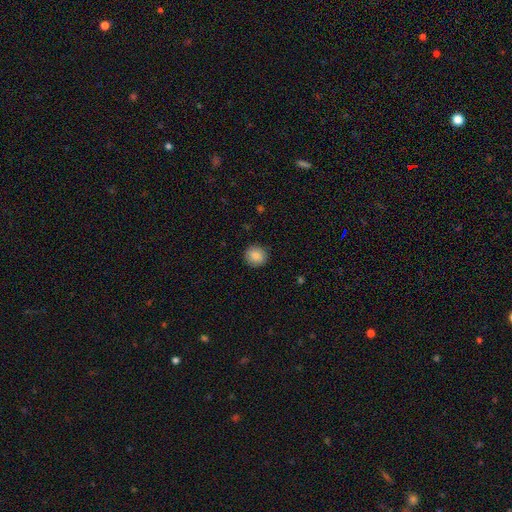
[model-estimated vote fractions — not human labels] Smooth or featured? Predicted: smooth (p=0.86). How rounded? Predicted: round (p=0.89). Merging? Predicted: none (p=0.89).